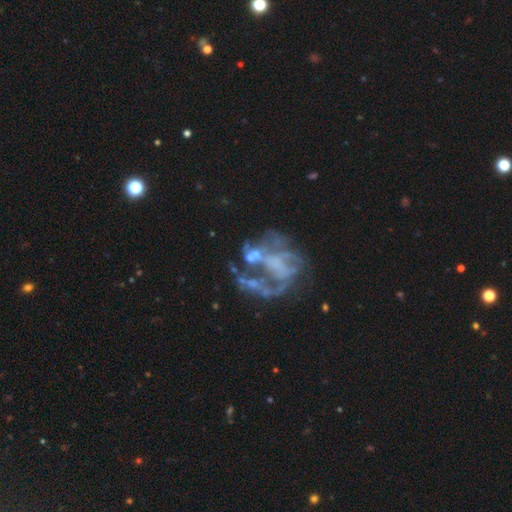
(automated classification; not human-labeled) Overall: featured or disk (74%). Edge-on disk: no (98%). Bar: no (74%). Spiral arms: no (62%; yes 38%). Bulge size: none (69%). Merging: major disturbance (38%; none 33%).